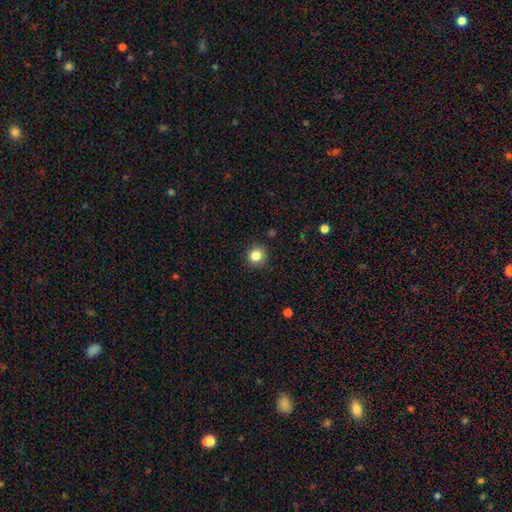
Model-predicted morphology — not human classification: Smooth or featured: smooth — 84% (star or artifact — 11%)
How rounded: round — 92% (in between — 7%)
Merging: none — 90% (minor disturbance — 7%)